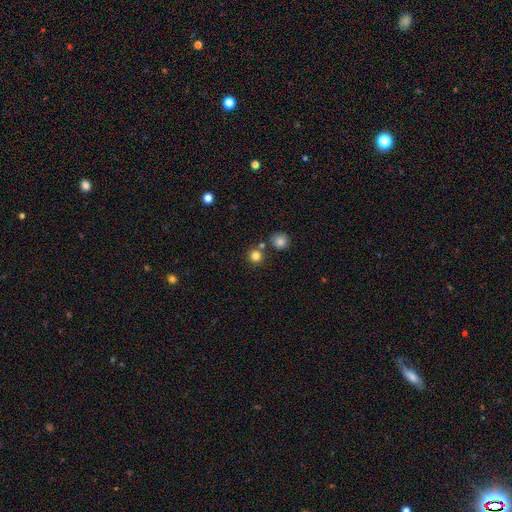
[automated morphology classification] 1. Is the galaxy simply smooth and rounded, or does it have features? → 81% smooth, 13% star or artifact, 6% featured or disk.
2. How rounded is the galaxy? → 93% round, 6% in between, 1% cigar-shaped.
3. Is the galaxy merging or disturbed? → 74% none, 16% merger, 7% minor disturbance, 3% major disturbance.